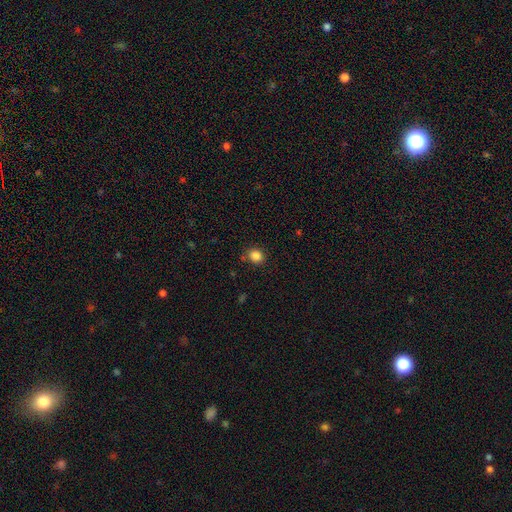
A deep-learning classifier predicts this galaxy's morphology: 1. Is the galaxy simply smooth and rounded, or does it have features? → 85% smooth, 11% star or artifact, 4% featured or disk.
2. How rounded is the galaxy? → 78% round, 21% in between, 1% cigar-shaped.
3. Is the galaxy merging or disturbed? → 84% none, 10% minor disturbance, 3% merger, 3% major disturbance.